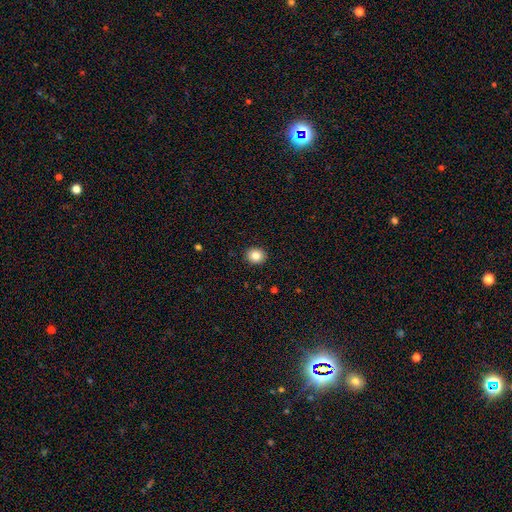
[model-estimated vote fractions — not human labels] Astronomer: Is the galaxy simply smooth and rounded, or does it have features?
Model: smooth — 84%.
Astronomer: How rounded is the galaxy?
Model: round — 82%.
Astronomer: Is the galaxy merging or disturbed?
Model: none — 92%.